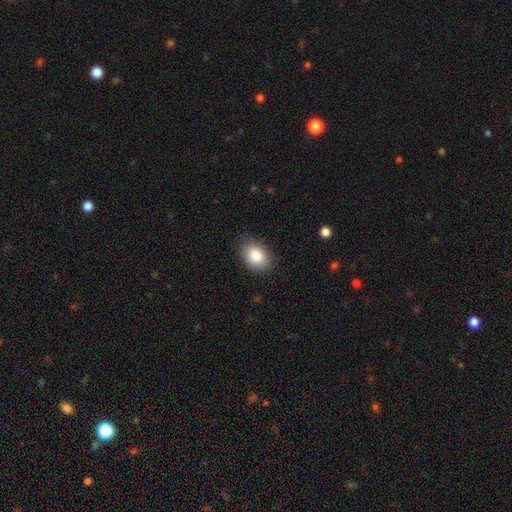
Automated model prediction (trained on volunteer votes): A smooth galaxy with no disk features (87%) that is in between round and cigar-shaped (75%).

Vote fractions:
- Smooth or featured? smooth: 87% / star or artifact: 7% / featured or disk: 6%
- How rounded? in between: 75% / round: 24% / cigar-shaped: 1%
- Merging? none: 81% / minor disturbance: 15% / major disturbance: 3% / merger: 1%